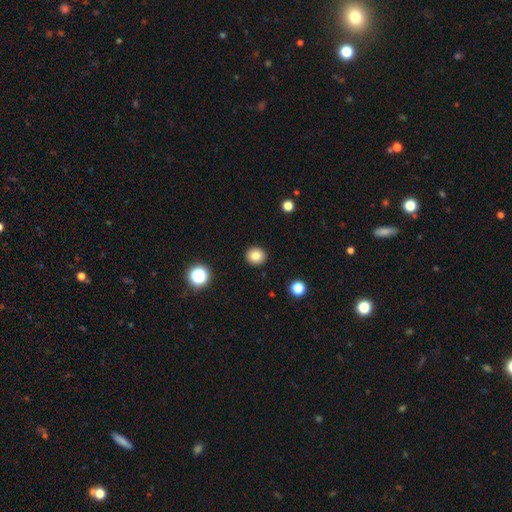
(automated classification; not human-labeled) smooth-or-featured: smooth: 81% | star or artifact: 11% | featured or disk: 7%
  how-rounded: round: 90% | in between: 9% | cigar-shaped: 1%
  merging: none: 92% | minor disturbance: 5% | major disturbance: 2% | merger: 1%